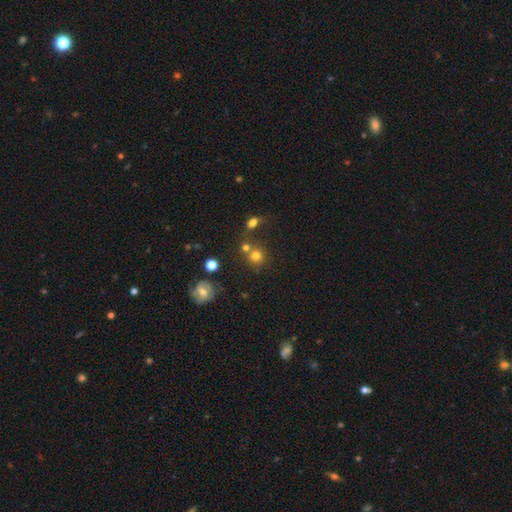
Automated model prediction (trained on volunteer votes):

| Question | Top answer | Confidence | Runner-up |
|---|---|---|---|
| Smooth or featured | smooth | 73% | star or artifact (16%) |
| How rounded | round | 86% | in between (13%) |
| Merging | none | 57% | merger (27%) |